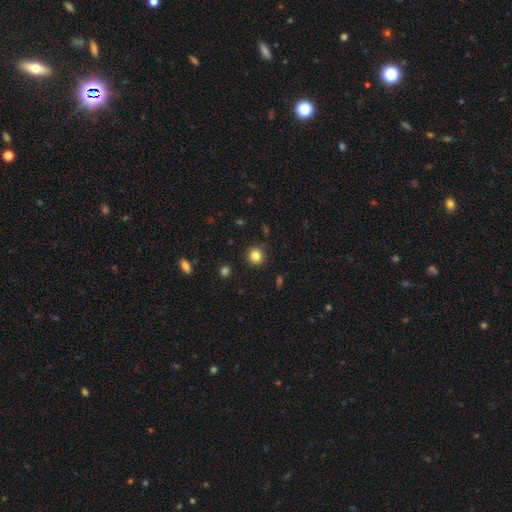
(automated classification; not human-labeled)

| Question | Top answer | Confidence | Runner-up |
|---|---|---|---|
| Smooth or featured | smooth | 84% | star or artifact (11%) |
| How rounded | round | 91% | in between (8%) |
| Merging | none | 90% | minor disturbance (7%) |